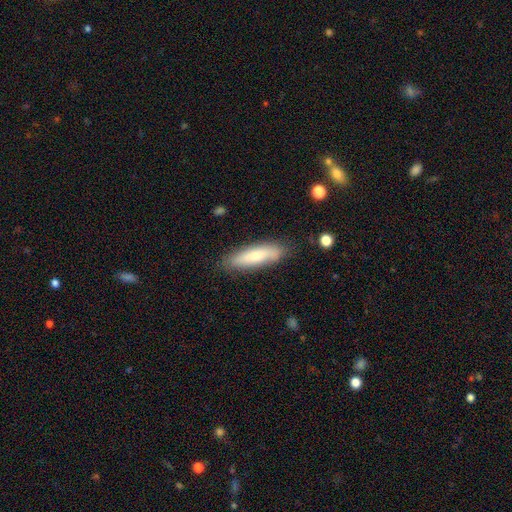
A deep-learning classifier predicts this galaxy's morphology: Smooth or featured: smooth — 71% (featured or disk — 23%)
How rounded: cigar-shaped — 61% (in between — 37%)
Merging: none — 81% (minor disturbance — 14%)